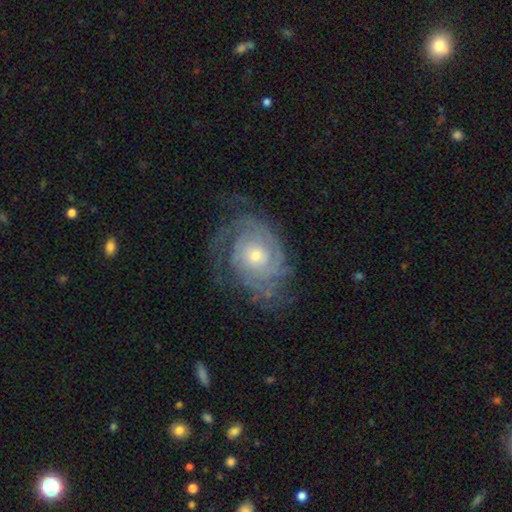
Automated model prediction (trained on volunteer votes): Smooth or featured: featured or disk — 86% (smooth — 8%)
Edge-on disk: no — 97% (yes — 3%)
Bar: no — 78% (weak — 18%)
Spiral arms: yes — 95% (no — 5%)
Spiral winding: tight — 71% (medium — 23%)
Spiral arm count: can't tell — 35% (2 — 22%)
Bulge size: small — 59% (moderate — 37%)
Merging: none — 67% (minor disturbance — 19%)